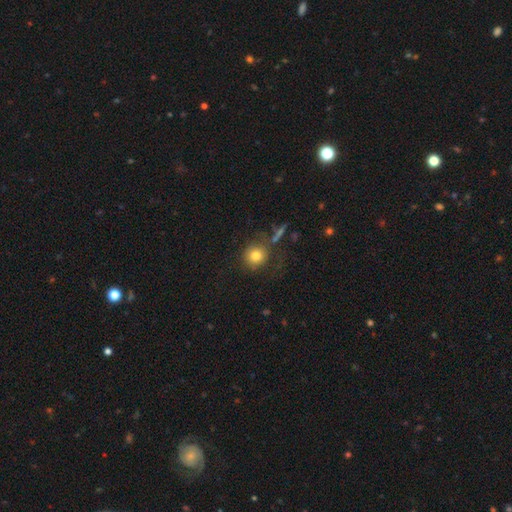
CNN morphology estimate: Overall: smooth (79%). How rounded: round (89%). Merging: none (71%).